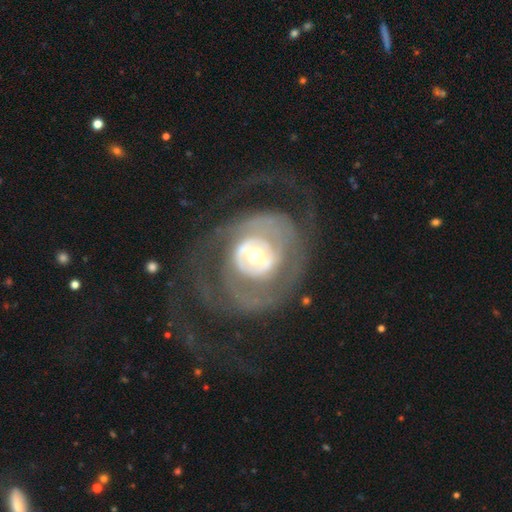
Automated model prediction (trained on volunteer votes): This appears to be a featured or disk galaxy (84%) with no bar (58%), 2 (40%) tight (51%) spiral arms (79%) and a moderate central bulge (60%). Merging: none (51%).